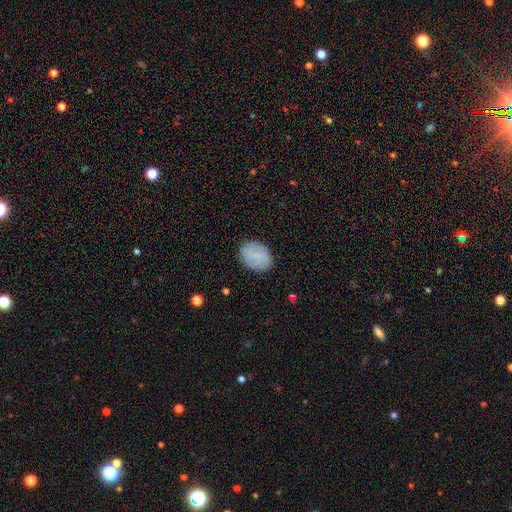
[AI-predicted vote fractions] smooth-or-featured: smooth: 77% | featured or disk: 16% | star or artifact: 7%
  how-rounded: in between: 70% | round: 29% | cigar-shaped: 1%
  merging: none: 86% | minor disturbance: 10% | major disturbance: 3% | merger: 1%